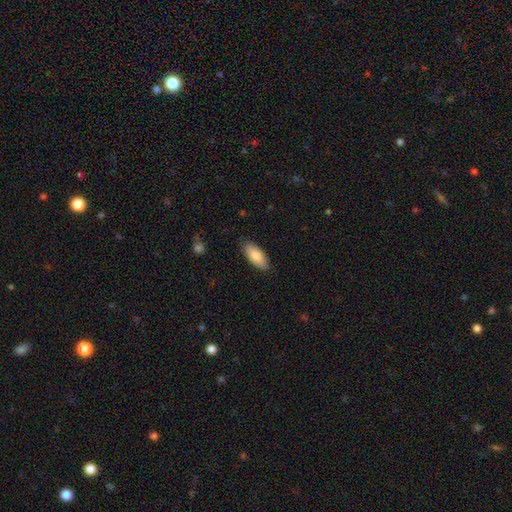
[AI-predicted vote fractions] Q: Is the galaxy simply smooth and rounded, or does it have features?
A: smooth — 84%.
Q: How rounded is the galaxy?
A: in between — 84%.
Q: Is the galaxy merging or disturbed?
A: none — 85%.